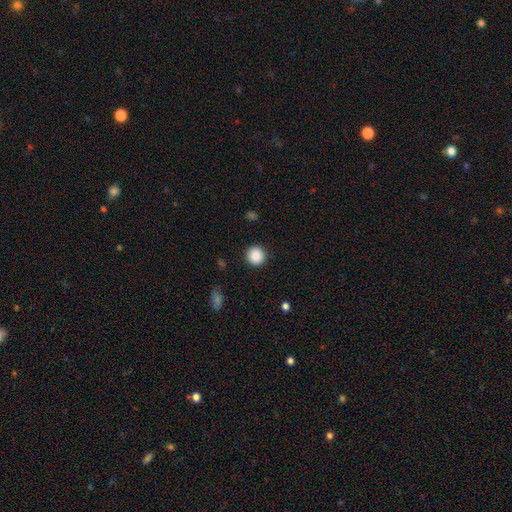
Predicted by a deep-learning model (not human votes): This appears to be a smooth galaxy with no disk features (89%) that is round (94%). Merging: none (91%).